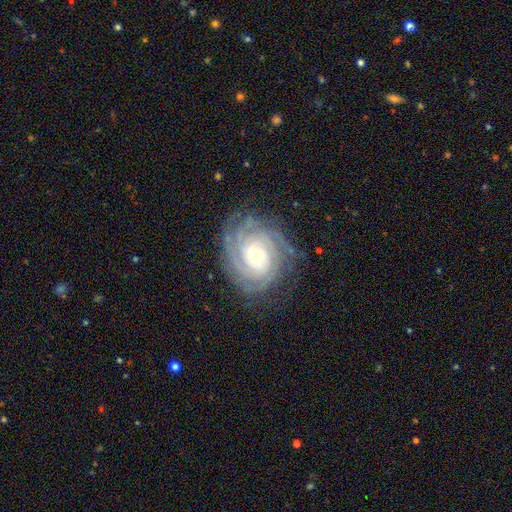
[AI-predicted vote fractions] Morphology: type=featured or disk (87%); edge-on=no (97%); bar=no (73%); spiral arms=yes (98%); winding=tight (80%); arm count=can't tell (26%); bulge=small (62%); merging=none (77%).